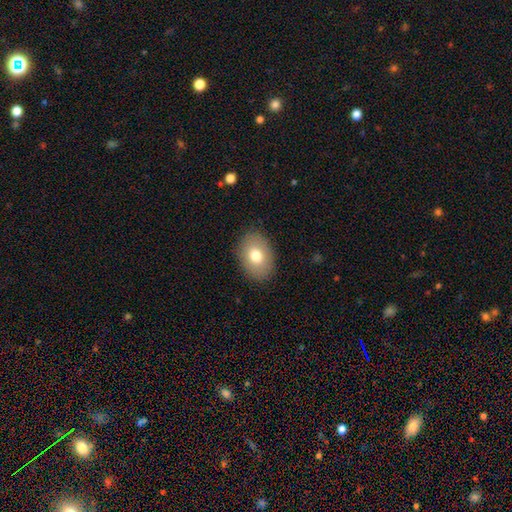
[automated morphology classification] type=smooth (76%); roundness=in between (79%); merging=none (87%).